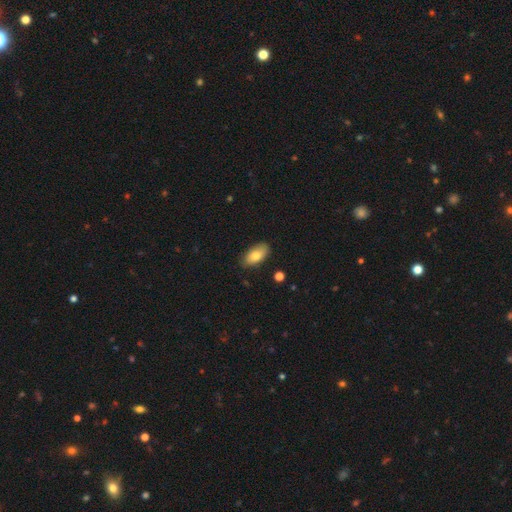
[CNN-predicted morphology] A smooth galaxy with no disk features (77%) that is in between round and cigar-shaped (91%).

Vote fractions:
- Smooth or featured? smooth: 77% / featured or disk: 16% / star or artifact: 7%
- How rounded? in between: 91% / cigar-shaped: 4% / round: 4%
- Merging? none: 84% / minor disturbance: 12% / major disturbance: 2% / merger: 1%